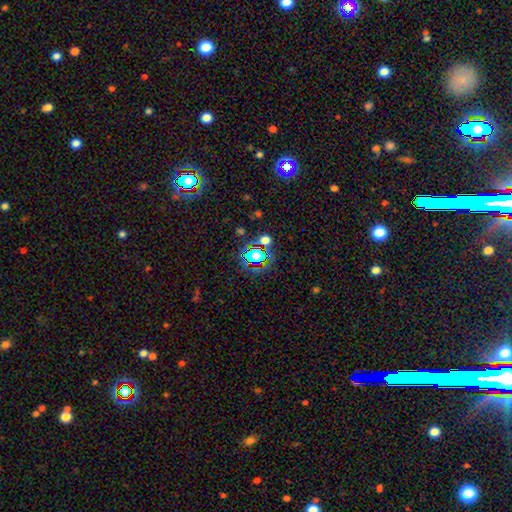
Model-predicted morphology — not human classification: Smooth or featured? Predicted: star or artifact (p=0.47).